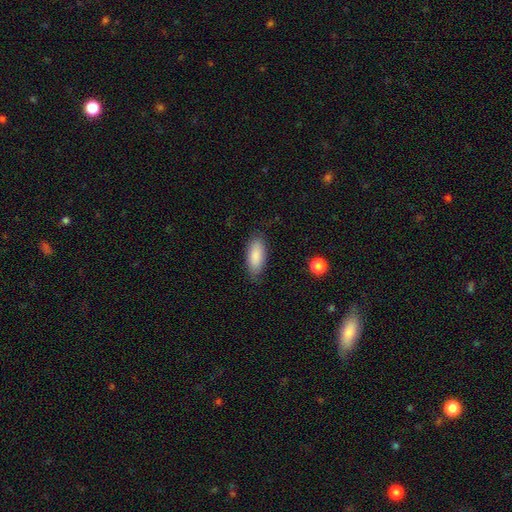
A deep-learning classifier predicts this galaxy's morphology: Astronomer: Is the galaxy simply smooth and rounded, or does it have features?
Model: smooth — 87%.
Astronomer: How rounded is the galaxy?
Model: in between — 81%.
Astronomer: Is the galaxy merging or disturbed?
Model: none — 81%.